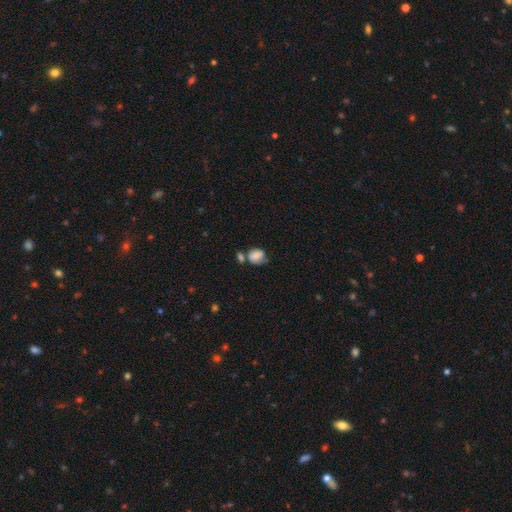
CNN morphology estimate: Smooth or featured?
  - smooth: 67% *
  - featured or disk: 24%
  - star or artifact: 9%
How rounded?
  - round: 52% *
  - in between: 47%
  - cigar-shaped: 1%
Merging?
  - none: 36% *
  - merger: 28%
  - minor disturbance: 24%
  - major disturbance: 12%